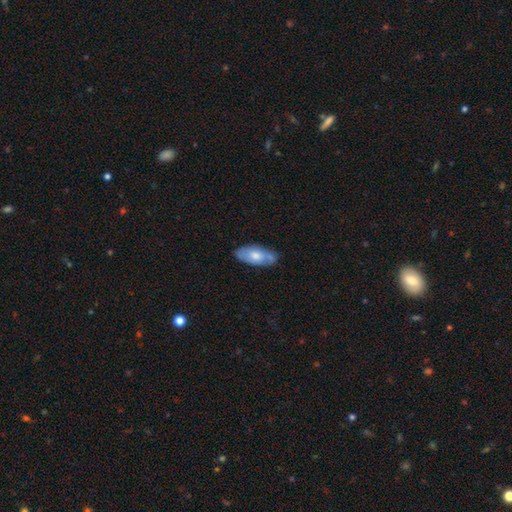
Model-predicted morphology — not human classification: A smooth galaxy with no disk features (64%) that is in between round and cigar-shaped (88%). Merging: none (64%).